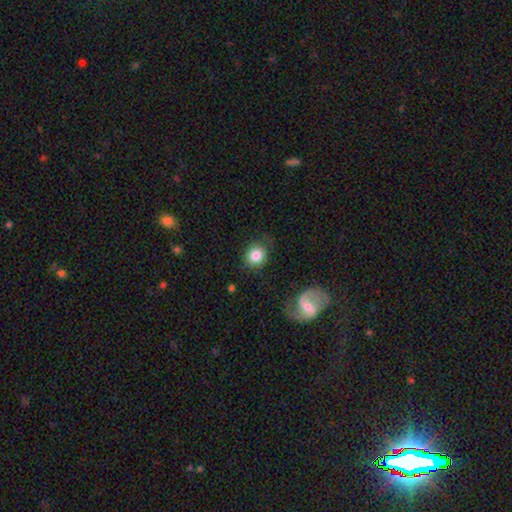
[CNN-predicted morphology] Smooth or featured? Predicted: smooth (p=0.82). How rounded? Predicted: round (p=0.79). Merging? Predicted: none (p=0.80).